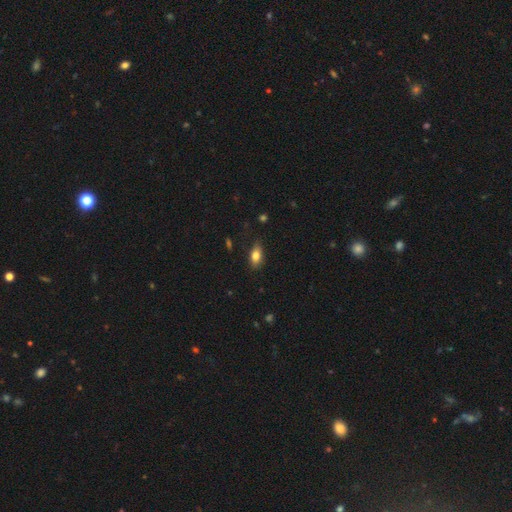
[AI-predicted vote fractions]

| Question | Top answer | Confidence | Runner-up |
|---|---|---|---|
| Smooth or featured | smooth | 80% | featured or disk (12%) |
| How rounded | in between | 86% | cigar-shaped (8%) |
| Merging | none | 80% | minor disturbance (16%) |